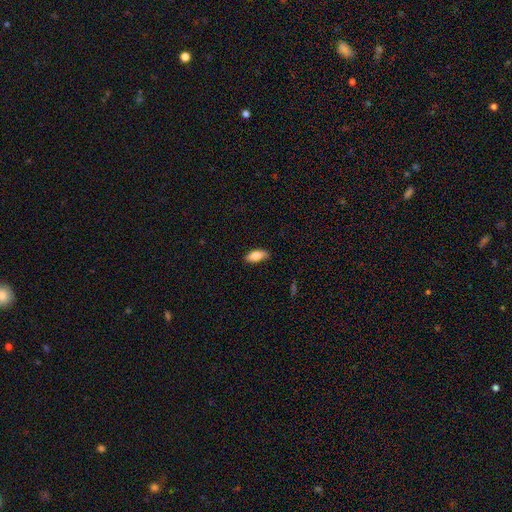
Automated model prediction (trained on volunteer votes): Smooth or featured: smooth — 82% (featured or disk — 11%)
How rounded: in between — 83% (cigar-shaped — 14%)
Merging: none — 83% (minor disturbance — 14%)